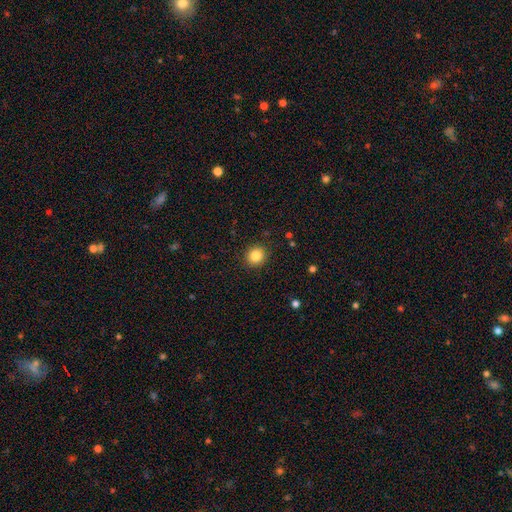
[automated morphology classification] smooth 84%, star or artifact 10%, featured or disk 5%. Down the decision tree: how rounded — round (85%); merging — none (90%).